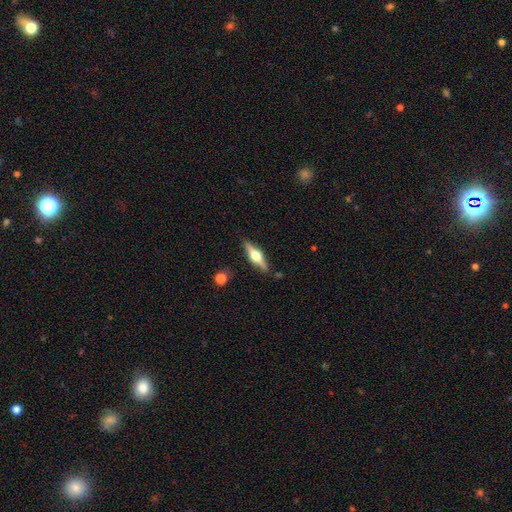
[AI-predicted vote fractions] featured or disk 70%, smooth 25%, star or artifact 6%. Down the decision tree: edge-on disk — yes (96%); edge-on bulge — rounded (95%); merging — none (86%).